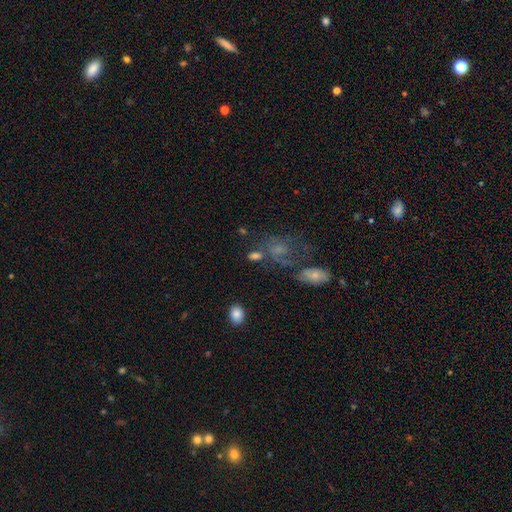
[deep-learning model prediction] A smooth galaxy with no disk features (59%) that is in between round and cigar-shaped (68%). Merging: none (45%).